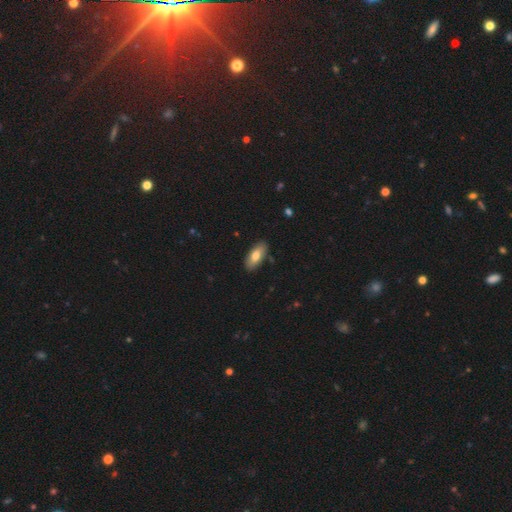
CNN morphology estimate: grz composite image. It shows a smooth galaxy with no disk features (75%) that is in between round and cigar-shaped (85%). Merging: none (87%).